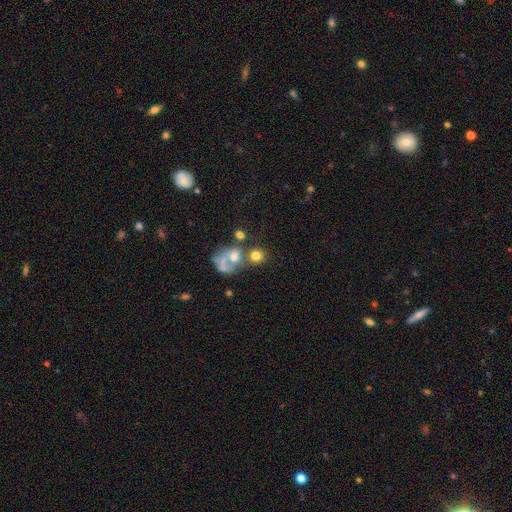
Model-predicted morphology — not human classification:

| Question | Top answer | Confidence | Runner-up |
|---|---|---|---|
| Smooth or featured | smooth | 69% | featured or disk (18%) |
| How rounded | round | 80% | in between (19%) |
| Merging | none | 46% | merger (32%) |